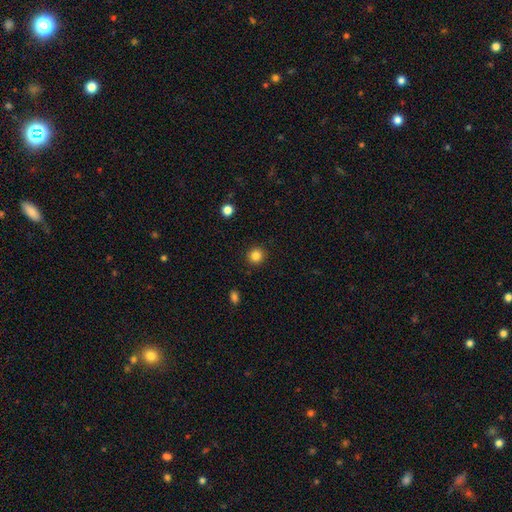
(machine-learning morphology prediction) This is clearly a smooth galaxy (84%). How rounded: clearly round (93%). Merging: clearly none (92%).